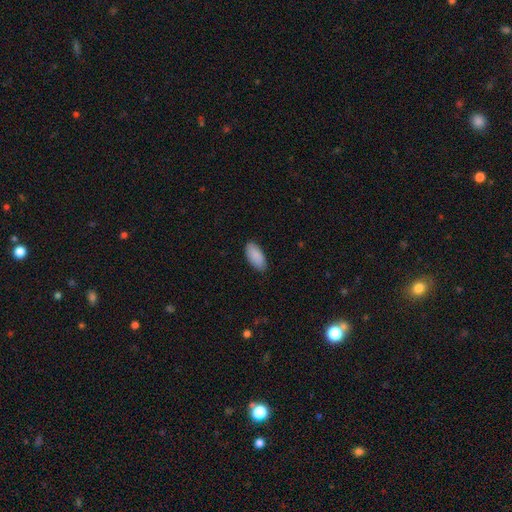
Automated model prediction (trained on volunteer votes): The model was most divided on "merging": none: 82%, minor disturbance: 15%, major disturbance: 2%, merger: 1%. More confident: how rounded — in between (93%); smooth or featured — smooth (90%).